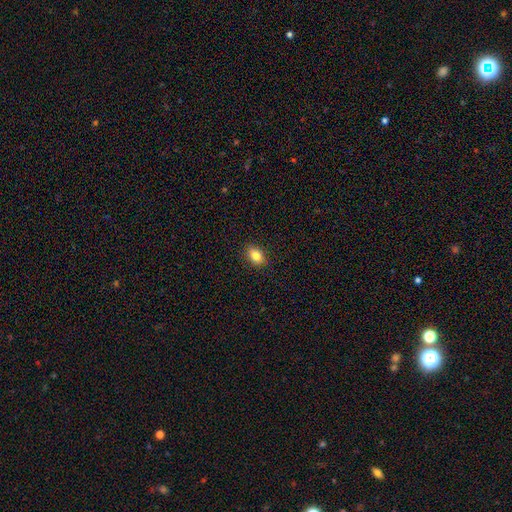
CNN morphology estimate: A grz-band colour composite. It shows a smooth galaxy with no disk features (81%) that is in between round and cigar-shaped (68%). Merging: none (87%).